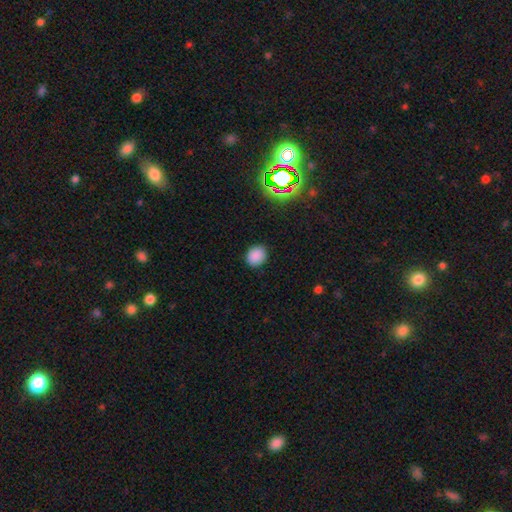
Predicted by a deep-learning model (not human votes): The model was most divided on "how rounded": round: 71%, in between: 28%, cigar-shaped: 1%. More confident: merging — none (88%); smooth or featured — smooth (85%).